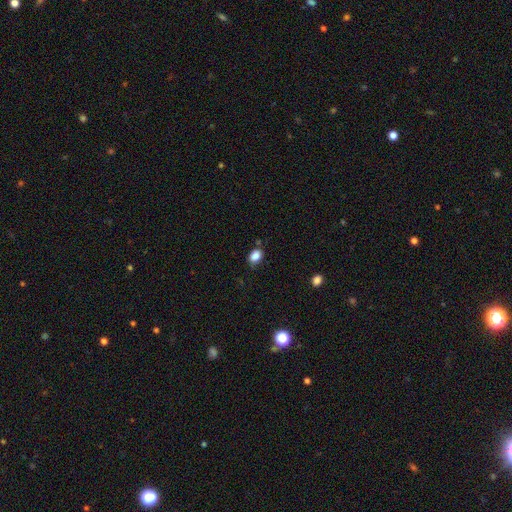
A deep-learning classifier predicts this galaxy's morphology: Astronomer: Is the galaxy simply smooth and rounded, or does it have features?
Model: smooth — 85%.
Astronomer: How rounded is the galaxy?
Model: in between — 74%.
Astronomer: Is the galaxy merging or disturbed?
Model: none — 71%.